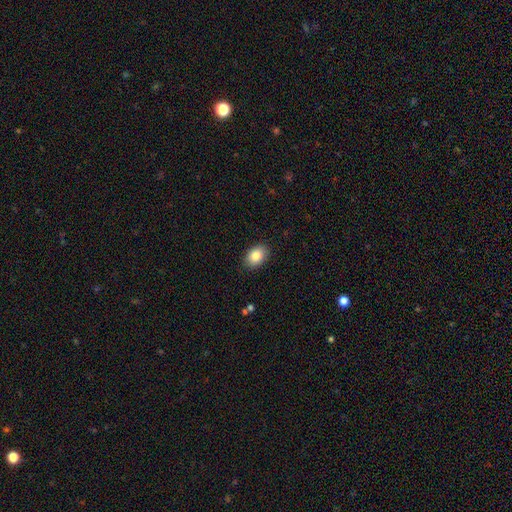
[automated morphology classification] This appears to be a smooth galaxy with no disk features (86%) that is in between round and cigar-shaped (83%). Merging: none (88%).